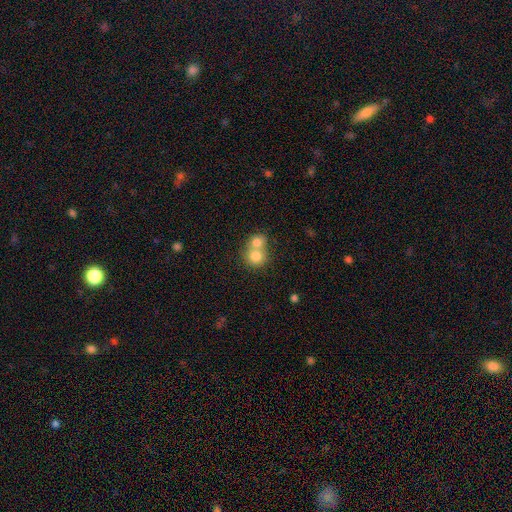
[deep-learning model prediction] Smooth or featured? Predicted: smooth (p=0.78). How rounded? Predicted: round (p=0.81). Merging? Predicted: merger (p=0.64).